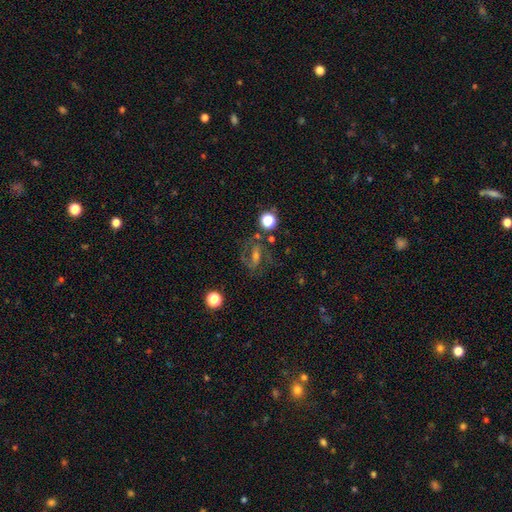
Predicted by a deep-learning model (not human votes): Smooth or featured? Predicted: featured or disk (p=0.69). Edge-on disk? Predicted: no (p=0.95). Bar? Predicted: weak (p=0.44). Spiral arms? Predicted: yes (p=0.89). Spiral winding? Predicted: medium (p=0.52). Spiral arm count? Predicted: 2 (p=0.82). Bulge size? Predicted: small (p=0.44, tied with moderate). Merging? Predicted: none (p=0.73).